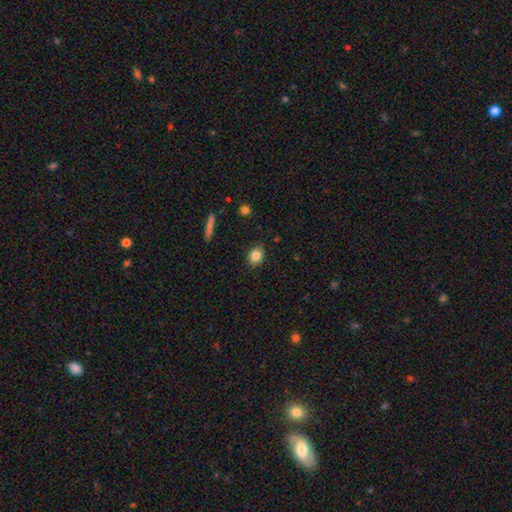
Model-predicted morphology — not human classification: A smooth galaxy with no disk features (83%) that is in between round and cigar-shaped (55%). Merging: none (88%).